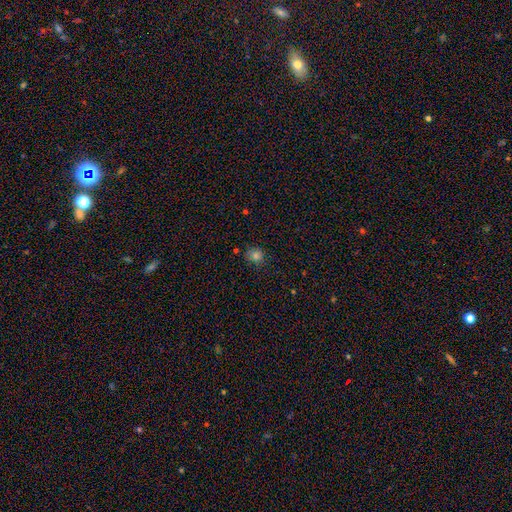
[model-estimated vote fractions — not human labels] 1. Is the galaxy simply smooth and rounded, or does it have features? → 79% smooth, 16% star or artifact, 6% featured or disk.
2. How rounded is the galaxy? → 79% round, 20% in between, 1% cigar-shaped.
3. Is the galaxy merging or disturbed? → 77% none, 16% minor disturbance, 4% major disturbance, 3% merger.